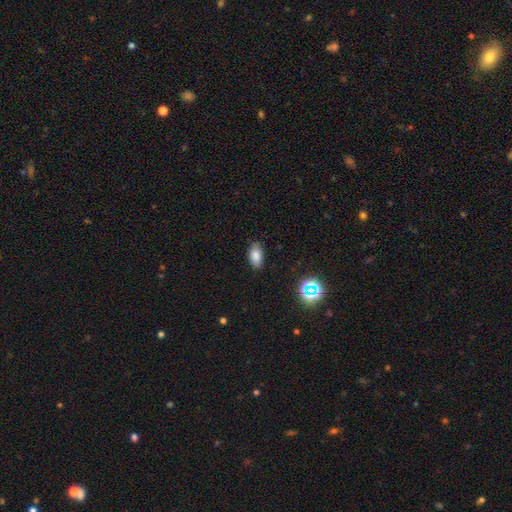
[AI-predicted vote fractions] Smooth or featured: smooth — 82% (star or artifact — 11%)
How rounded: in between — 91% (round — 5%)
Merging: none — 85% (minor disturbance — 11%)